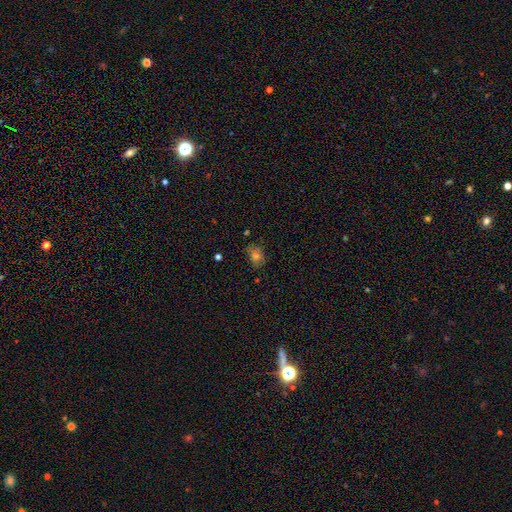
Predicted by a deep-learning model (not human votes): Smooth or featured? Predicted: smooth (p=0.71). How rounded? Predicted: in between (p=0.51). Merging? Predicted: none (p=0.71).